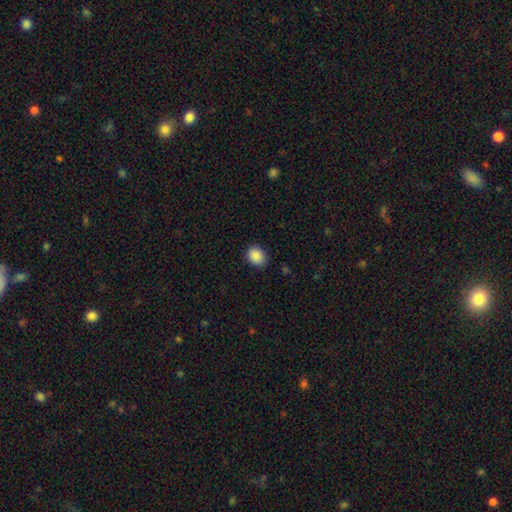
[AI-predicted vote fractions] Smooth or featured? smooth (89%)
How rounded? round (55%)
Merging? none (86%)